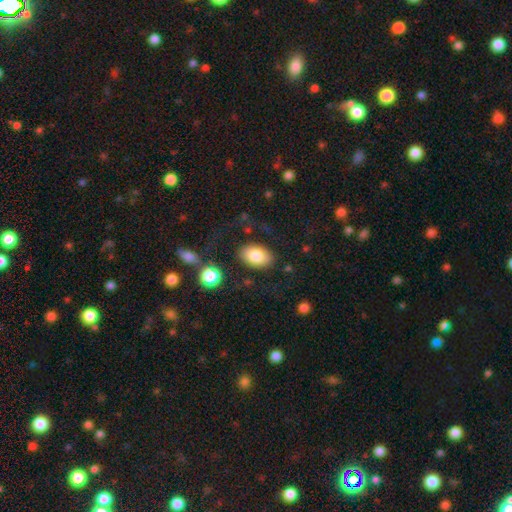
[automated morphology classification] type=smooth (82%); roundness=in between (90%); merging=none (82%).